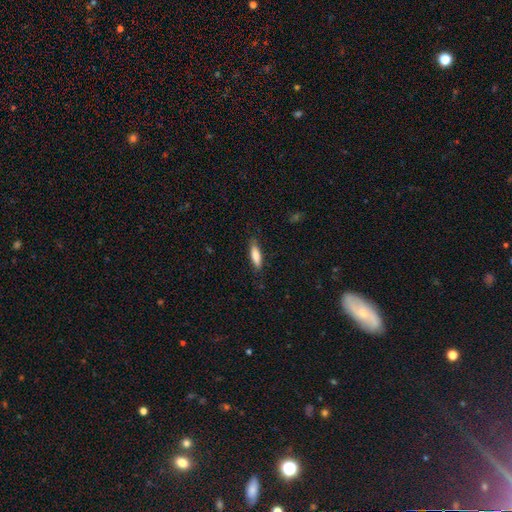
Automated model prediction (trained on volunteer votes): A smooth galaxy with no disk features (81%) that is cigar-shaped (55%).

Vote fractions:
- Smooth or featured? smooth: 81% / featured or disk: 13% / star or artifact: 6%
- How rounded? cigar-shaped: 55% / in between: 43% / round: 2%
- Merging? none: 80% / minor disturbance: 15% / major disturbance: 3% / merger: 1%